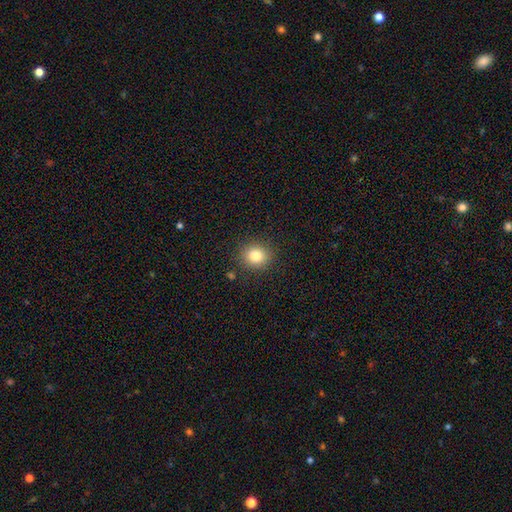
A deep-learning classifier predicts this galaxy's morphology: Smooth or featured?
  - smooth: 81% *
  - star or artifact: 12%
  - featured or disk: 7%
How rounded?
  - round: 80% *
  - in between: 19%
  - cigar-shaped: 1%
Merging?
  - none: 88% *
  - minor disturbance: 8%
  - major disturbance: 3%
  - merger: 2%